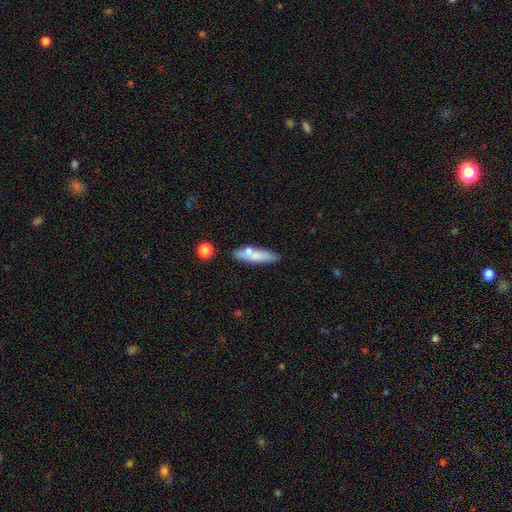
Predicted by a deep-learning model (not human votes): This is likely a smooth galaxy (71%). How rounded: likely cigar-shaped (71%). Merging: likely none (70%).